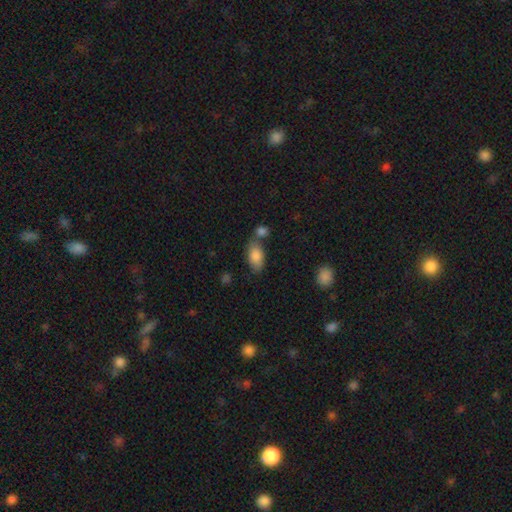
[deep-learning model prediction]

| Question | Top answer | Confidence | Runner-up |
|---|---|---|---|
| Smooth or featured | smooth | 85% | featured or disk (9%) |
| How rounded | in between | 92% | round (4%) |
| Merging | none | 62% | merger (19%) |